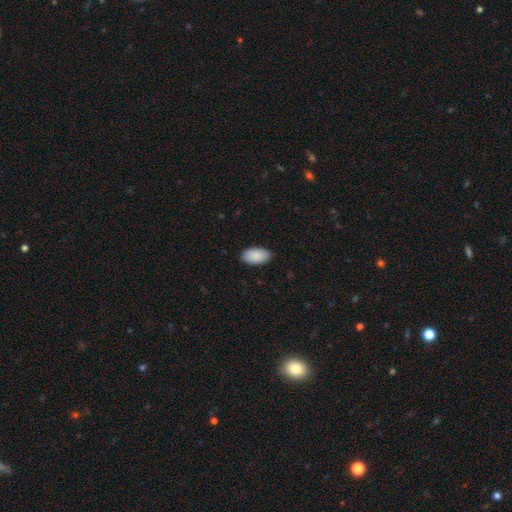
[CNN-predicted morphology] Q: Smooth or featured?
A: smooth (90%); runner-up: star or artifact (6%)
Q: How rounded?
A: in between (95%); runner-up: round (3%)
Q: Merging?
A: none (88%); runner-up: minor disturbance (9%)